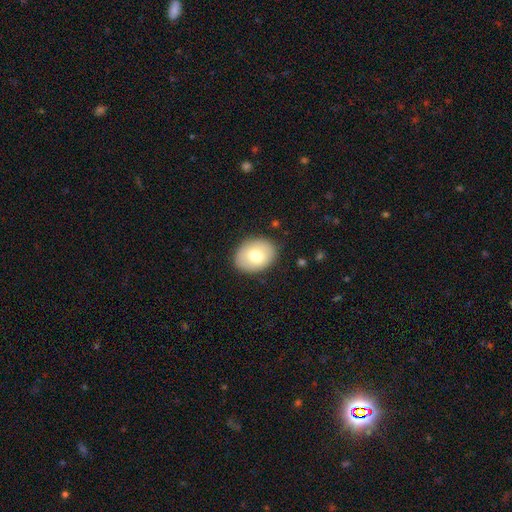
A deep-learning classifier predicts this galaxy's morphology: smooth-or-featured: smooth: 72% | featured or disk: 21% | star or artifact: 7%
  how-rounded: in between: 66% | round: 33% | cigar-shaped: 1%
  merging: none: 86% | minor disturbance: 10% | major disturbance: 3% | merger: 1%